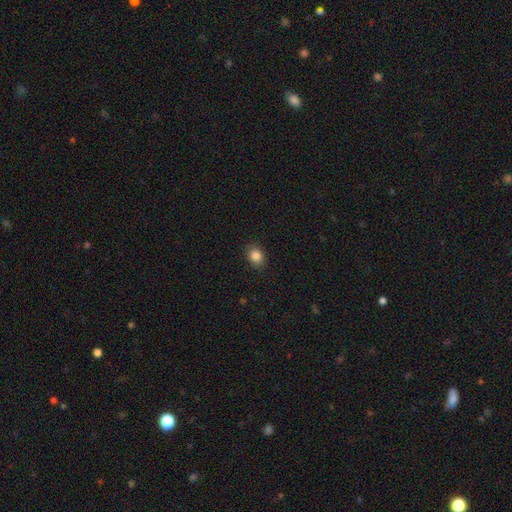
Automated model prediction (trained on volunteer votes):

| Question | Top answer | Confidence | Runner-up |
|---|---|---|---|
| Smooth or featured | smooth | 86% | star or artifact (10%) |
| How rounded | in between | 56% | round (43%) |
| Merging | none | 88% | minor disturbance (9%) |